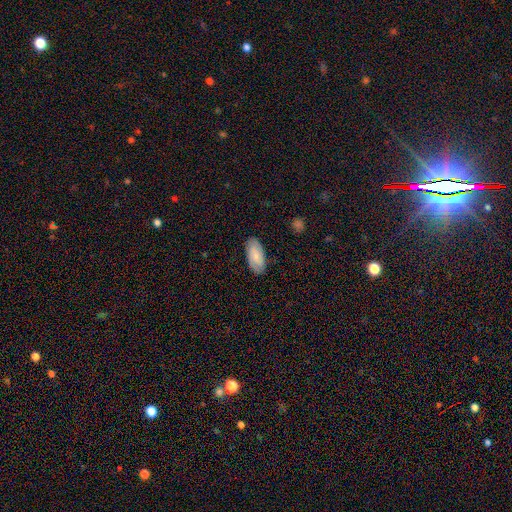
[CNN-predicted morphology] The model was most divided on "smooth or featured": smooth: 63%, featured or disk: 30%, star or artifact: 7%. More confident: how rounded — in between (91%); merging — none (84%).